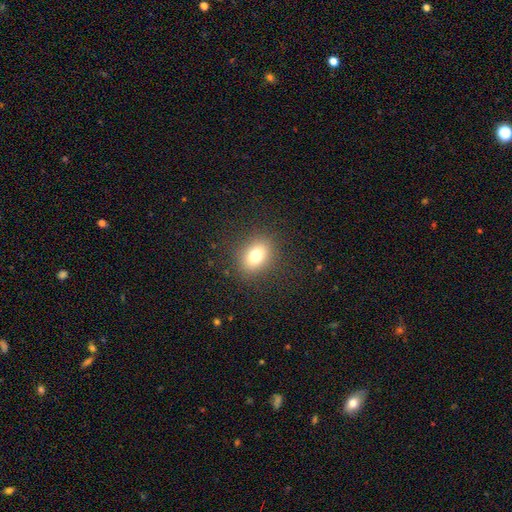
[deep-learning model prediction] A smooth galaxy with no disk features (77%) that is in between round and cigar-shaped (61%).

Vote fractions:
- Smooth or featured? smooth: 77% / star or artifact: 12% / featured or disk: 11%
- How rounded? in between: 61% / round: 37% / cigar-shaped: 1%
- Merging? none: 86% / minor disturbance: 9% / major disturbance: 4% / merger: 1%